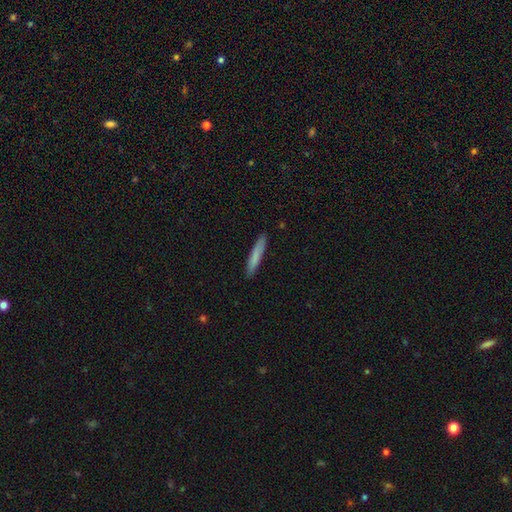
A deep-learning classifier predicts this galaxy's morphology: type=smooth (80%); roundness=cigar-shaped (94%); merging=none (89%).